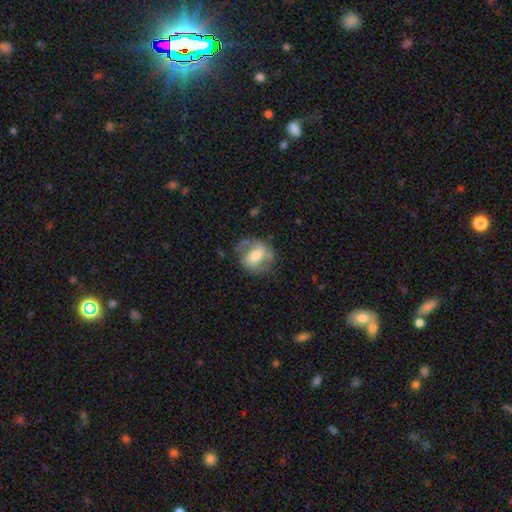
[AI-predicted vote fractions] Smooth or featured? Predicted: featured or disk (p=0.52). Edge-on disk? Predicted: no (p=0.94). Merging? Predicted: none (p=0.65).